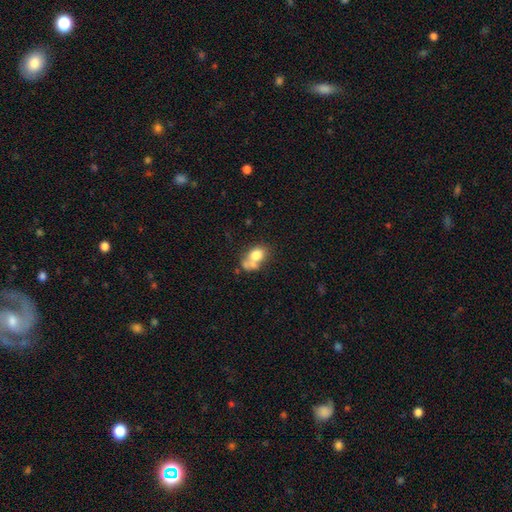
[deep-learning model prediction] A smooth galaxy with no disk features (71%) that is in between round and cigar-shaped (66%). Merging: merger (46%).